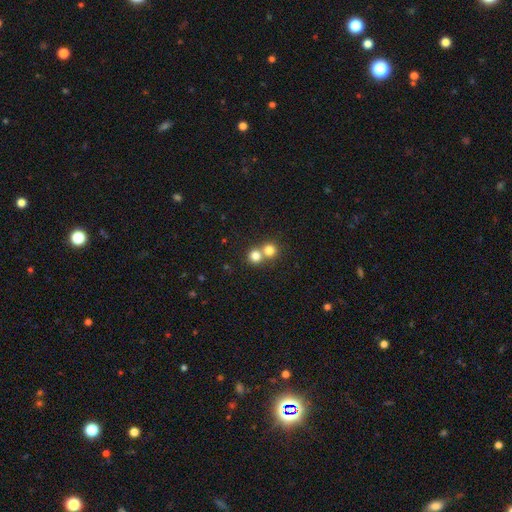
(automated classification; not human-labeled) Morphology: type=smooth (79%); roundness=round (89%); merging=merger (49%).